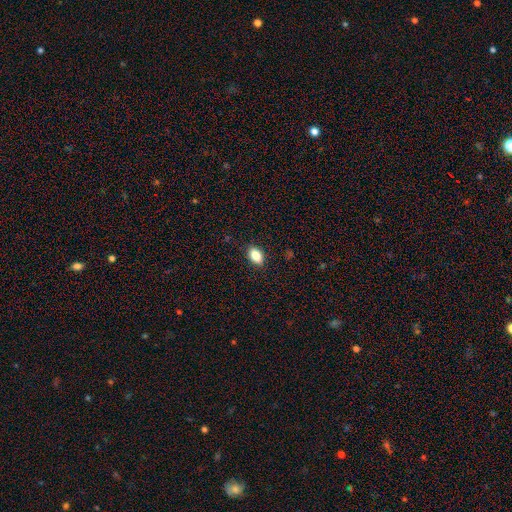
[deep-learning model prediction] A smooth galaxy with no disk features (85%) that is in between round and cigar-shaped (88%).

Vote fractions:
- Smooth or featured? smooth: 85% / star or artifact: 8% / featured or disk: 7%
- How rounded? in between: 88% / round: 9% / cigar-shaped: 3%
- Merging? none: 89% / minor disturbance: 9% / major disturbance: 2% / merger: 1%